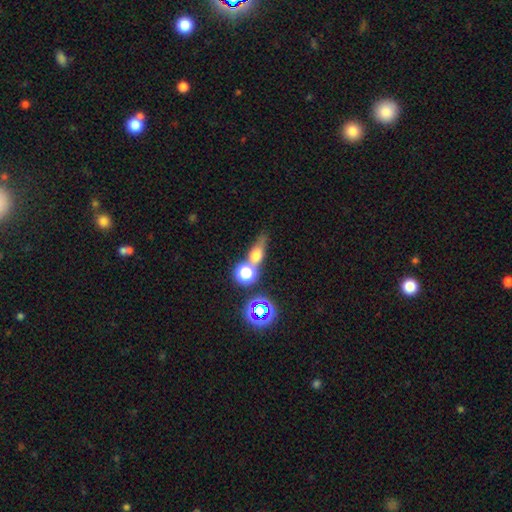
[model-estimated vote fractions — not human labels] The model was most divided on "how rounded": round: 42%, in between: 41%, cigar-shaped: 17%. Remaining: smooth or featured — smooth (58%); merging — none (43%).